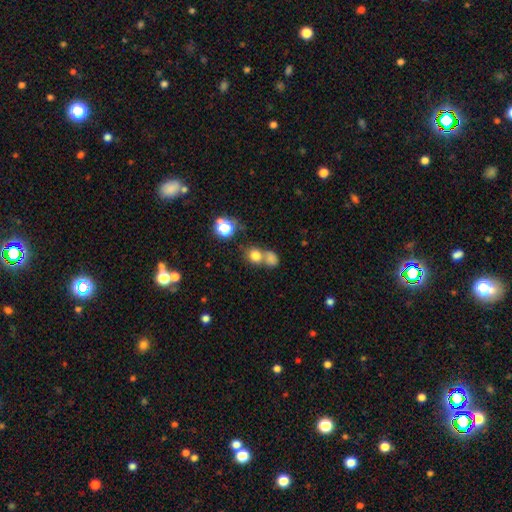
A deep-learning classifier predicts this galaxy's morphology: A smooth galaxy with no disk features (75%) that is round (73%).

Vote fractions:
- Smooth or featured? smooth: 75% / star or artifact: 16% / featured or disk: 9%
- How rounded? round: 73% / in between: 25% / cigar-shaped: 1%
- Merging? merger: 45% / none: 43% / minor disturbance: 8% / major disturbance: 5%